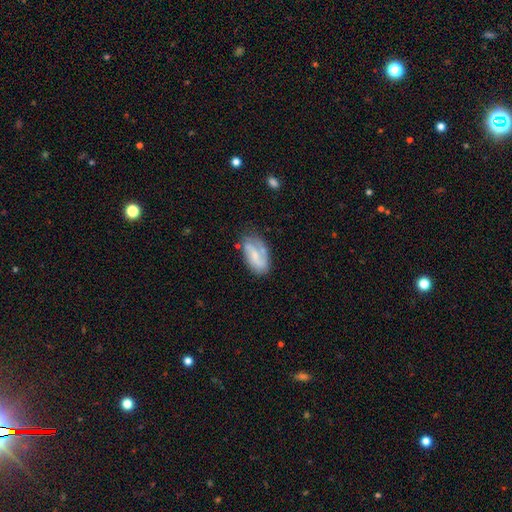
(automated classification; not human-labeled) A featured or disk galaxy (61%) with a weak bar (43%), spiral arms (83%) and a small central bulge (43%). Merging: none (58%).